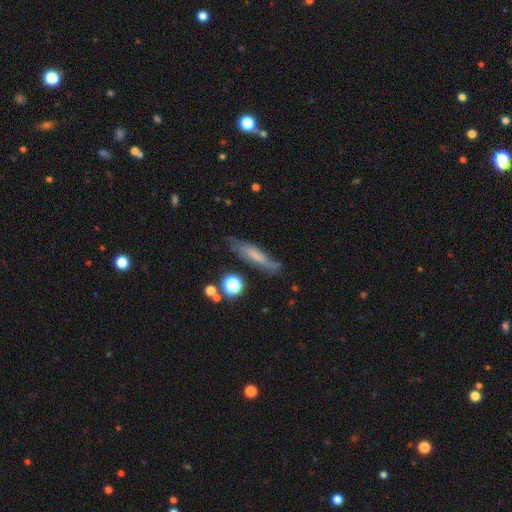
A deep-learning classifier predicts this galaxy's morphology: Smooth or featured: smooth — 49% (featured or disk — 40%)
Merging: none — 64% (minor disturbance — 24%)